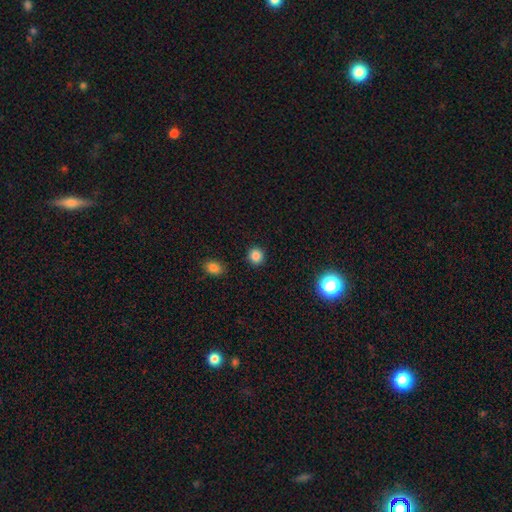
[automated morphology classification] smooth-or-featured: smooth: 85% | star or artifact: 12% | featured or disk: 4%
  how-rounded: round: 91% | in between: 8% | cigar-shaped: 1%
  merging: none: 92% | minor disturbance: 5% | major disturbance: 2% | merger: 1%